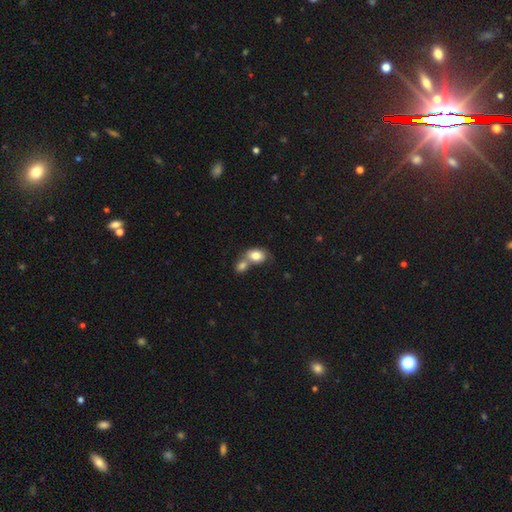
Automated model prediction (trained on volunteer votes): smooth_or_featured: smooth (p=0.80) [alt: featured or disk p=0.13]
how_rounded: in between (p=0.71) [alt: round p=0.28]
merging: merger (p=0.60) [alt: none p=0.27]